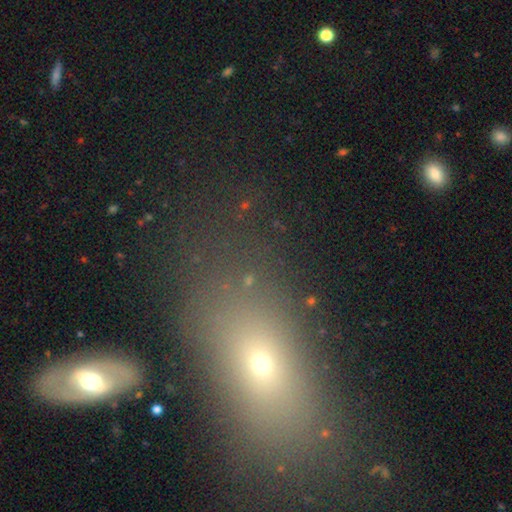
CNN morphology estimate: smooth_or_featured: smooth (p=0.52) [alt: star or artifact p=0.29]
how_rounded: in between (p=0.65) [alt: round p=0.25]
merging: none (p=0.70) [alt: minor disturbance p=0.13]